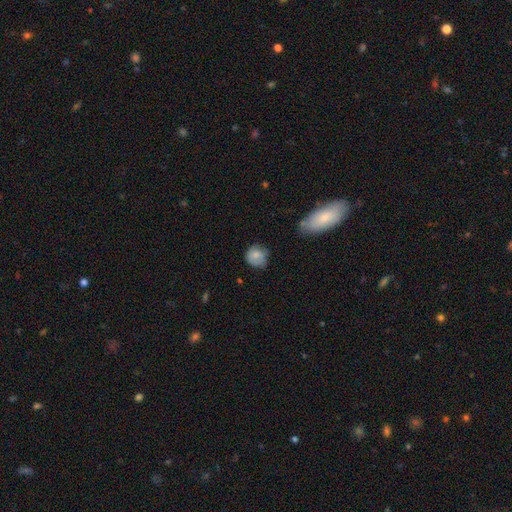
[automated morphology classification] smooth-or-featured: smooth: 74% | featured or disk: 18% | star or artifact: 8%
  how-rounded: round: 80% | in between: 19% | cigar-shaped: 1%
  merging: none: 59% | minor disturbance: 30% | major disturbance: 9% | merger: 2%